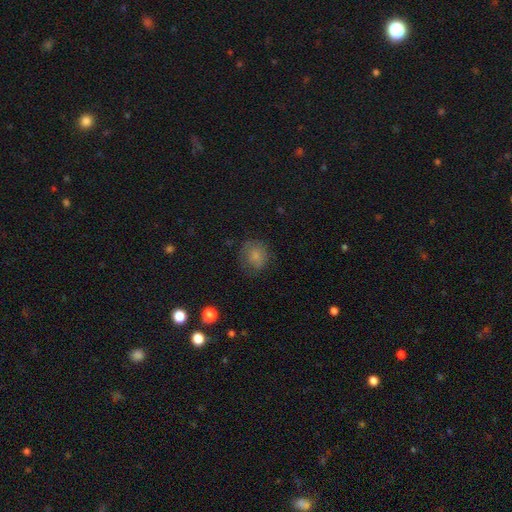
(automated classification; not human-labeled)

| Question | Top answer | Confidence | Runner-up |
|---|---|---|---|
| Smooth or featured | smooth | 79% | featured or disk (11%) |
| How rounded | round | 80% | in between (19%) |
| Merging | none | 69% | minor disturbance (21%) |